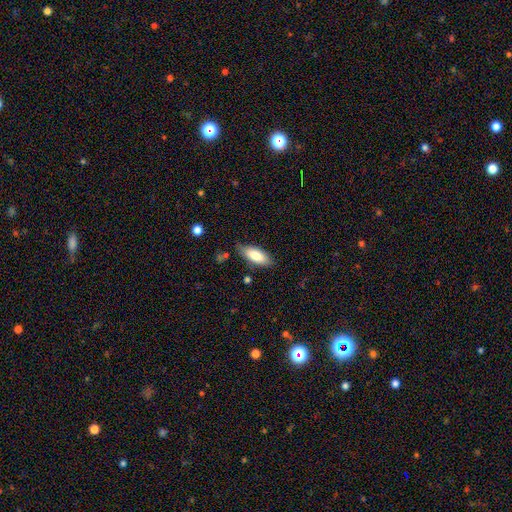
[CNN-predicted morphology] Overall: smooth (81%). How rounded: in between (77%). Merging: none (77%).